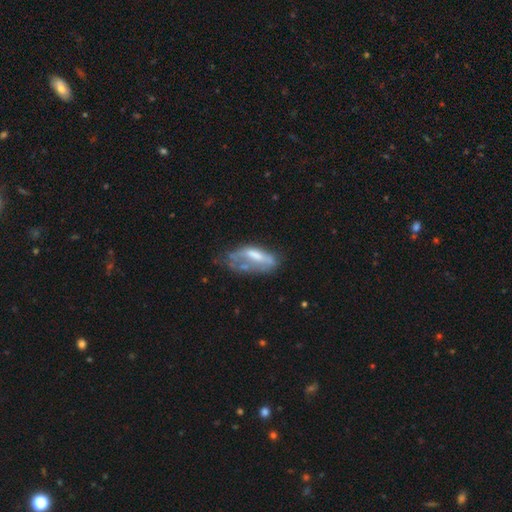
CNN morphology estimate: Smooth or featured: smooth — 46% (tied with featured or disk — 46%)
Merging: major disturbance — 36% (minor disturbance — 28%)